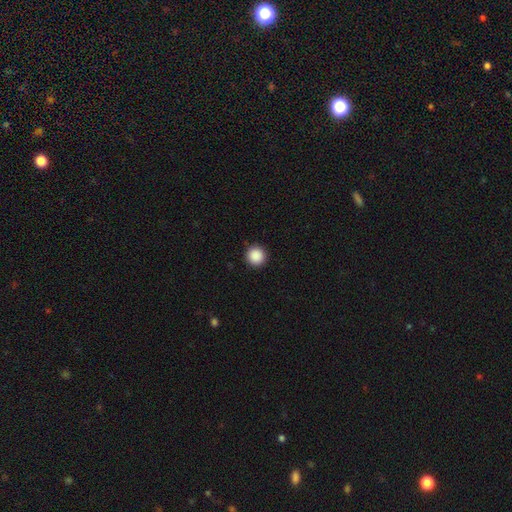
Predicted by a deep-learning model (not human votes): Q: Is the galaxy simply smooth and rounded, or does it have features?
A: smooth — 89%.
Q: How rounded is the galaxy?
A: round — 96%.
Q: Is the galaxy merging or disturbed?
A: none — 93%.